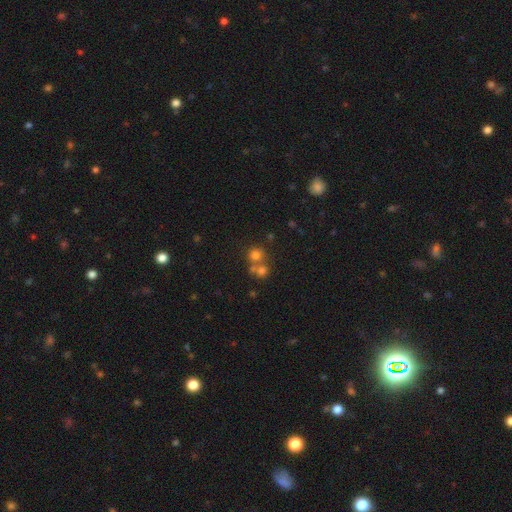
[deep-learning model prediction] This is likely a smooth galaxy (71%). How rounded: clearly round (87%). Merging: possibly none (49%).